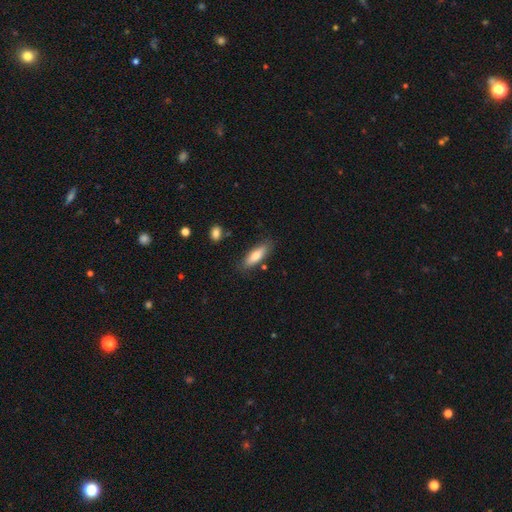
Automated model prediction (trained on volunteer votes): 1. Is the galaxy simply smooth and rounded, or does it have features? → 73% smooth, 21% featured or disk, 6% star or artifact.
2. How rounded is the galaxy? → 52% in between, 46% cigar-shaped, 2% round.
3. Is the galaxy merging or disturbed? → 82% none, 12% minor disturbance, 3% merger, 3% major disturbance.